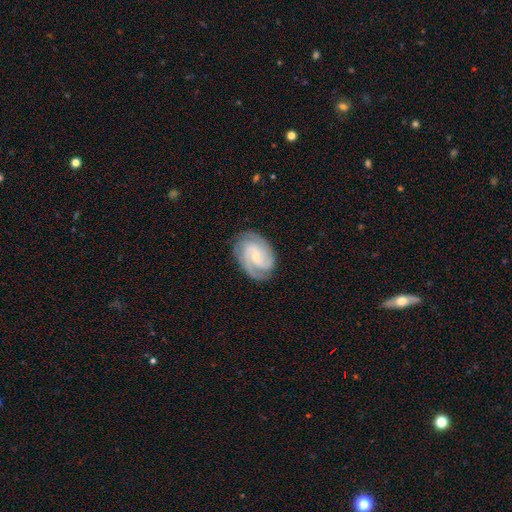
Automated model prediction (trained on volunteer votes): Smooth or featured? Predicted: featured or disk (p=0.87). Edge-on disk? Predicted: no (p=0.98). Bar? Predicted: no (p=0.46). Spiral arms? Predicted: yes (p=0.98). Spiral winding? Predicted: tight (p=0.58). Spiral arm count? Predicted: 2 (p=0.37). Bulge size? Predicted: small (p=0.70). Merging? Predicted: none (p=0.80).